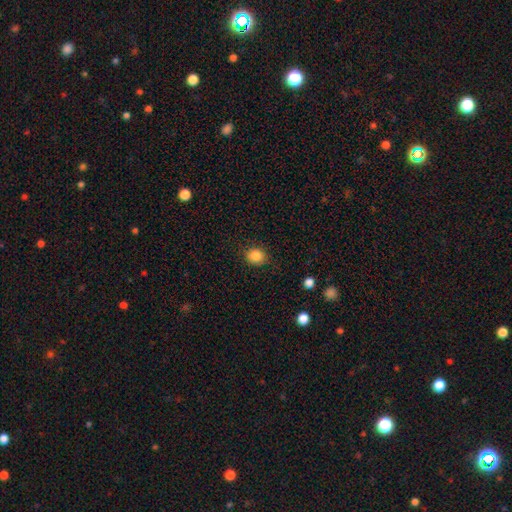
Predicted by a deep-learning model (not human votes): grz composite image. It shows a smooth galaxy with no disk features (86%) that is round (67%). Merging: none (86%).